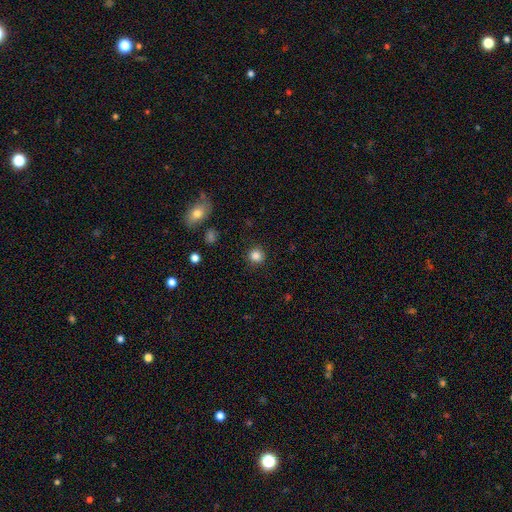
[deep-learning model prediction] The model was most divided on "smooth or featured": smooth: 85%, star or artifact: 11%, featured or disk: 4%. More confident: how rounded — round (92%); merging — none (90%).